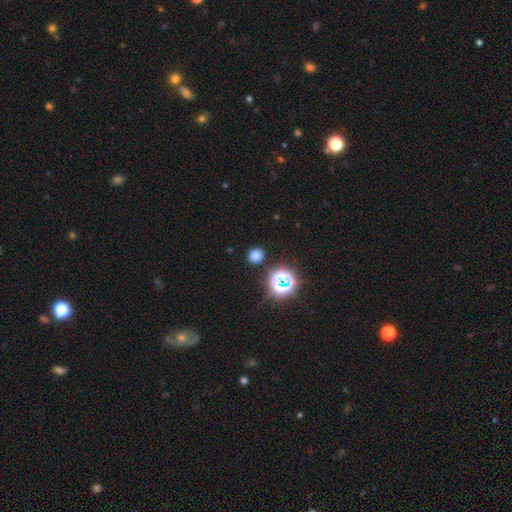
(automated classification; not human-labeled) Morphology: type=smooth (71%); roundness=round (89%); merging=none (89%).